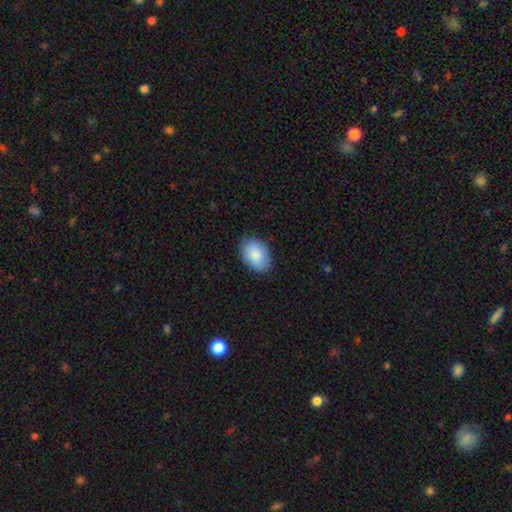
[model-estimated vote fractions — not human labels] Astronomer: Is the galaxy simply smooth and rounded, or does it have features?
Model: smooth — 88%.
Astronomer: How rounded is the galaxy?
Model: in between — 86%.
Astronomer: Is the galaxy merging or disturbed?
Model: none — 83%.